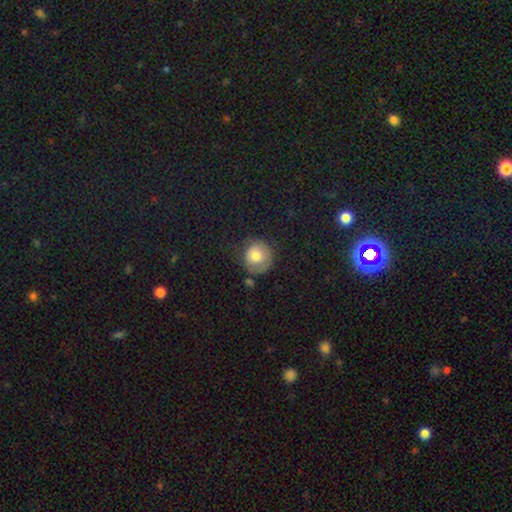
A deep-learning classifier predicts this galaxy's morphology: Smooth or featured?
  - smooth: 72% *
  - featured or disk: 19%
  - star or artifact: 9%
How rounded?
  - round: 89% *
  - in between: 10%
  - cigar-shaped: 1%
Merging?
  - none: 63% *
  - minor disturbance: 23%
  - major disturbance: 10%
  - merger: 4%